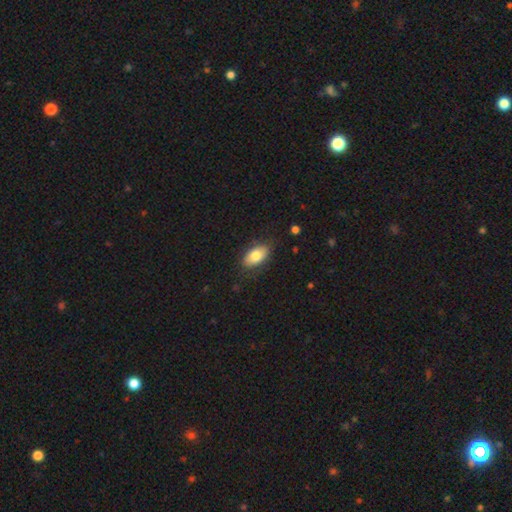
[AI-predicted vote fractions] smooth_or_featured: smooth (p=0.78) [alt: featured or disk p=0.15]
how_rounded: in between (p=0.92) [alt: round p=0.05]
merging: none (p=0.80) [alt: minor disturbance p=0.15]